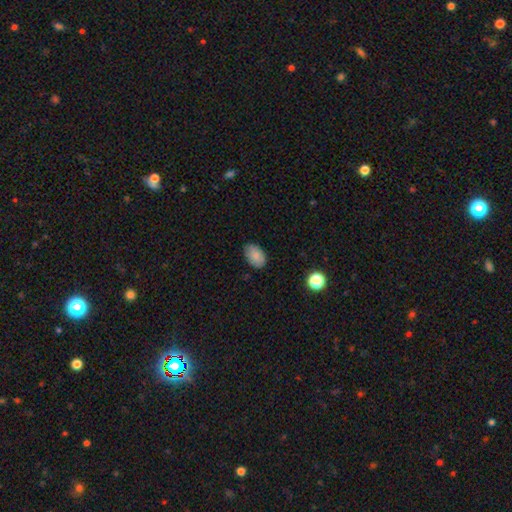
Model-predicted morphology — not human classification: smooth_or_featured: smooth (p=0.86) [alt: star or artifact p=0.08]
how_rounded: in between (p=0.87) [alt: round p=0.12]
merging: none (p=0.80) [alt: minor disturbance p=0.16]